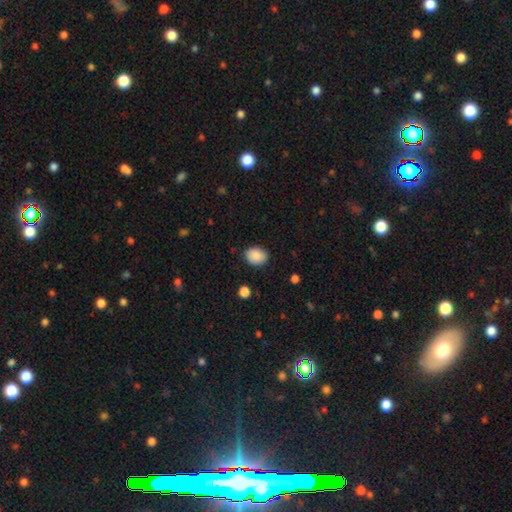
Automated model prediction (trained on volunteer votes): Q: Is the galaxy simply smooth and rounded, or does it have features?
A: smooth — 88%.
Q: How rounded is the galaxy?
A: in between — 55%.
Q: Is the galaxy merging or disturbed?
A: none — 84%.